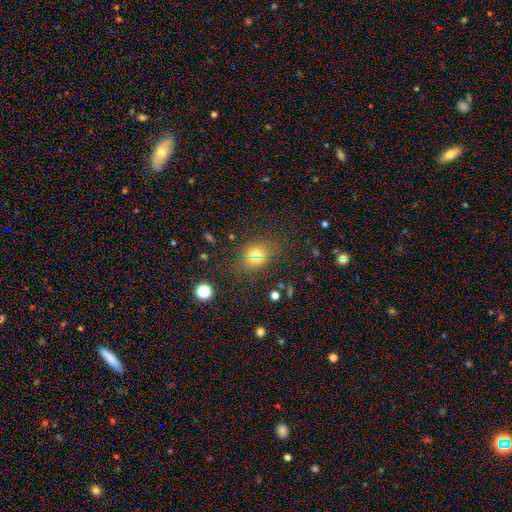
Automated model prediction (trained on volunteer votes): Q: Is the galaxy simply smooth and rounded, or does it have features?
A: smooth — 64%.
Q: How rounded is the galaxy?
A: in between — 49%, tied with round.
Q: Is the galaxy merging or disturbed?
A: none — 79%.